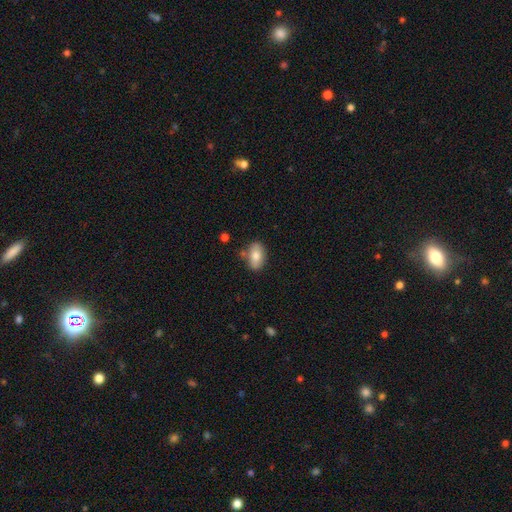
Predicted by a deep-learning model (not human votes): A smooth galaxy with no disk features (78%) that is in between round and cigar-shaped (89%). Merging: none (77%).